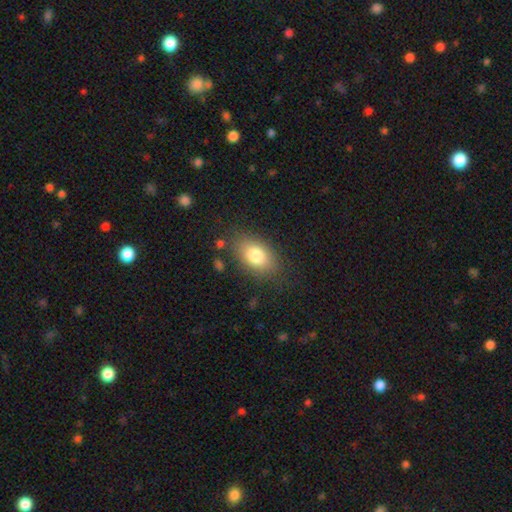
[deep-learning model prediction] A smooth galaxy with no disk features (80%) that is in between round and cigar-shaped (86%). Merging: none (78%).